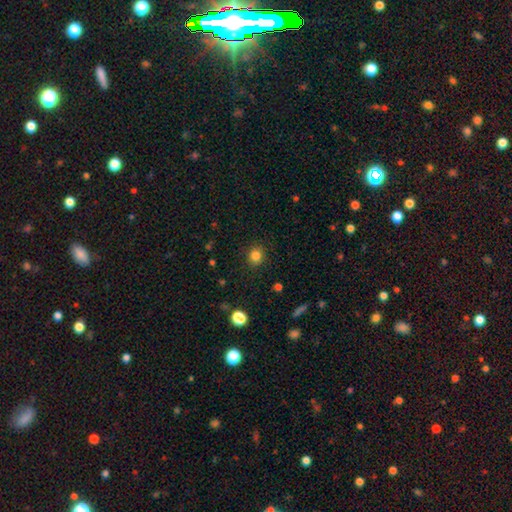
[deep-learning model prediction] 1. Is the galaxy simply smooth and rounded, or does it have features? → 83% smooth, 12% star or artifact, 5% featured or disk.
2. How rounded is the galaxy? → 78% round, 21% in between, 1% cigar-shaped.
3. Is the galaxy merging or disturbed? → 88% none, 8% minor disturbance, 3% major disturbance, 1% merger.